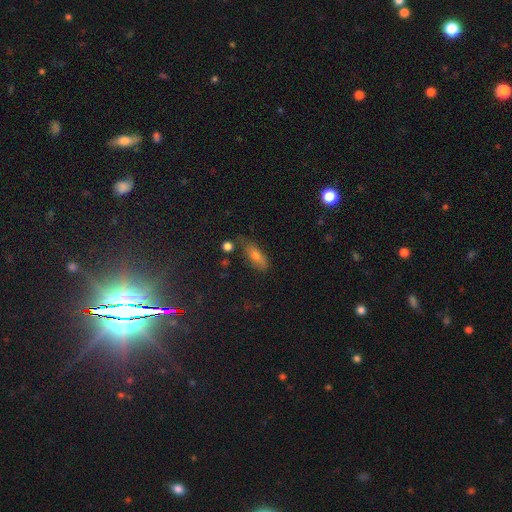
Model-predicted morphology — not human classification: smooth-or-featured: smooth: 62% | featured or disk: 20% | star or artifact: 19%
  how-rounded: in between: 66% | cigar-shaped: 28% | round: 6%
  merging: none: 63% | minor disturbance: 24% | major disturbance: 7% | merger: 6%